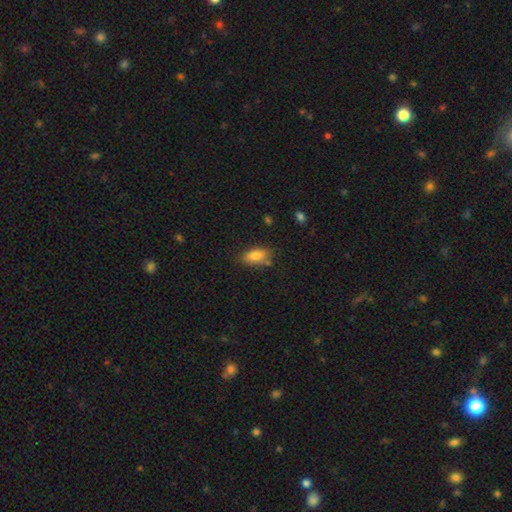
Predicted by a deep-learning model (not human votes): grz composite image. It shows a smooth galaxy with no disk features (84%) that is in between round and cigar-shaped (88%). Merging: none (73%).